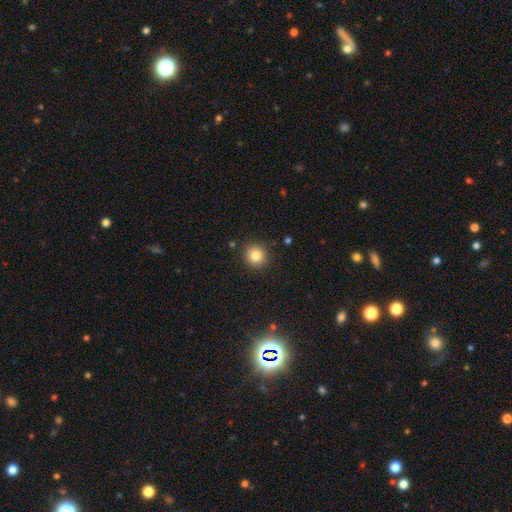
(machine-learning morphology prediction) Smooth or featured? Predicted: smooth (p=0.83). How rounded? Predicted: round (p=0.89). Merging? Predicted: none (p=0.89).